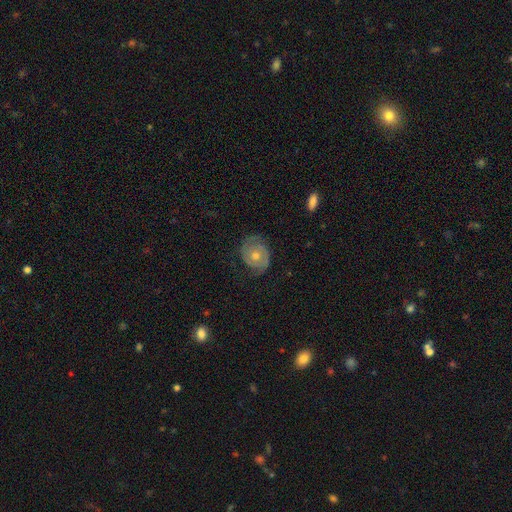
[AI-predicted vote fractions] Smooth or featured: featured or disk — 78% (smooth — 14%)
Edge-on disk: no — 97% (yes — 3%)
Bar: no — 80% (weak — 17%)
Spiral arms: yes — 91% (no — 9%)
Spiral winding: tight — 62% (medium — 30%)
Spiral arm count: 2 — 78% (can't tell — 11%)
Bulge size: moderate — 62% (small — 33%)
Merging: none — 78% (minor disturbance — 15%)